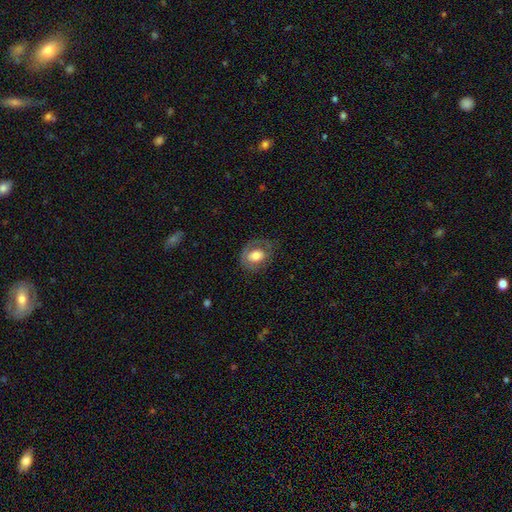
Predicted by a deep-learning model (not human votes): Overall: smooth (53%; featured or disk 39%). How rounded: in between (61%; round 38%). Merging: none (59%; minor disturbance 22%).